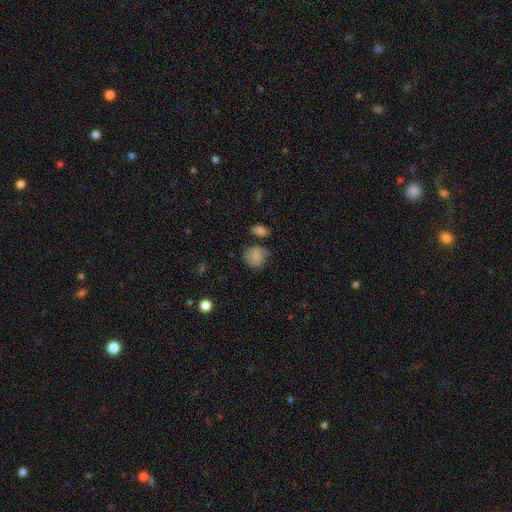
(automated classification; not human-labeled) smooth 80%, featured or disk 10%, star or artifact 10%. Down the decision tree: how rounded — round (75%); merging — none (60%).